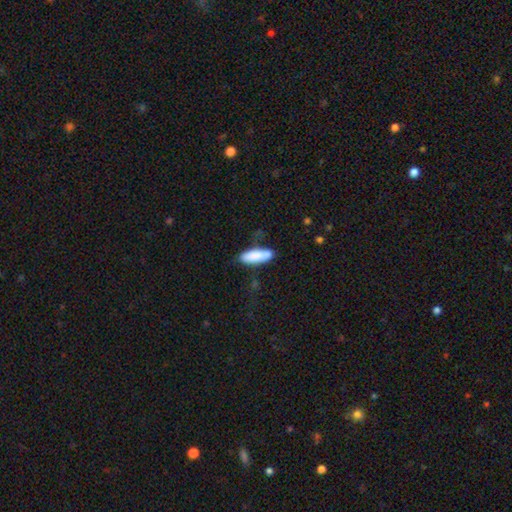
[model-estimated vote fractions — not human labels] Smooth or featured?
  - smooth: 84% *
  - featured or disk: 11%
  - star or artifact: 6%
How rounded?
  - in between: 51% *
  - cigar-shaped: 47%
  - round: 2%
Merging?
  - none: 69% *
  - minor disturbance: 21%
  - major disturbance: 5%
  - merger: 5%